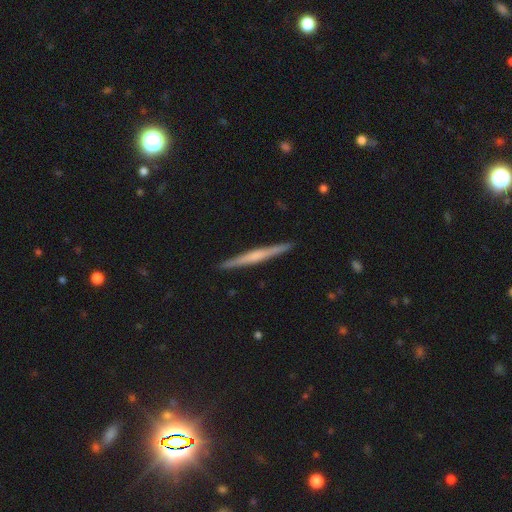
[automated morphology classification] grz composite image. It shows a featured or disk galaxy (63%) viewed edge-on (98%) with no central bulge (44%). Merging: none (92%).